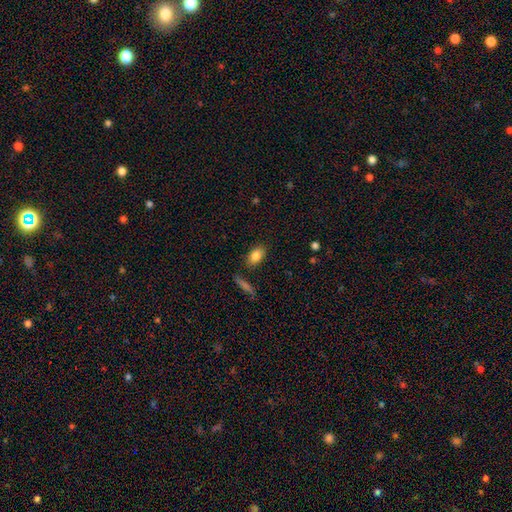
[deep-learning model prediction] smooth_or_featured: smooth (p=0.84) [alt: featured or disk p=0.08]
how_rounded: in between (p=0.89) [alt: round p=0.07]
merging: none (p=0.83) [alt: minor disturbance p=0.10]